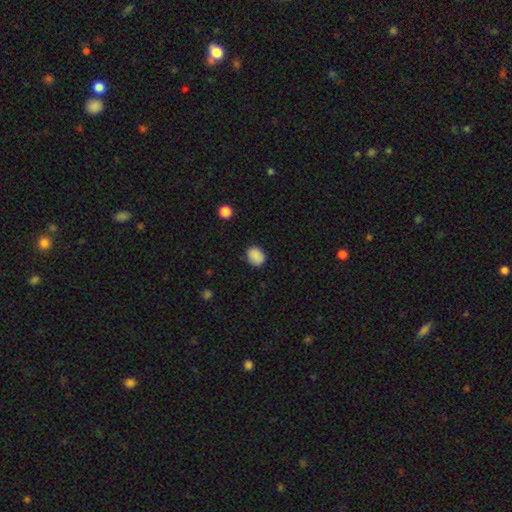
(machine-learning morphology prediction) Overall: smooth (88%). How rounded: in between (57%; round 42%). Merging: none (83%).